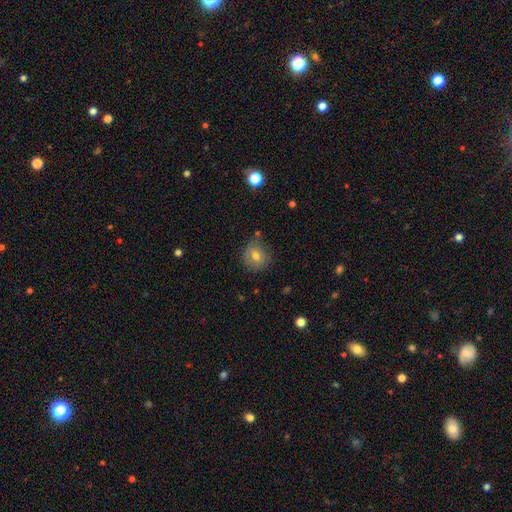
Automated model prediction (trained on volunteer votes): A smooth galaxy with no disk features (70%) that is round (75%). Merging: none (68%).